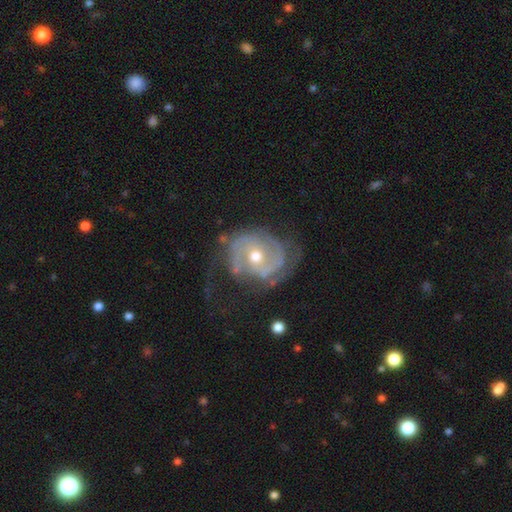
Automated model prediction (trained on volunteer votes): A featured or disk galaxy (84%) with no bar (65%), 2 (52%) tight (49%) spiral arms (88%) and a moderate central bulge (65%). Merging: none (55%).